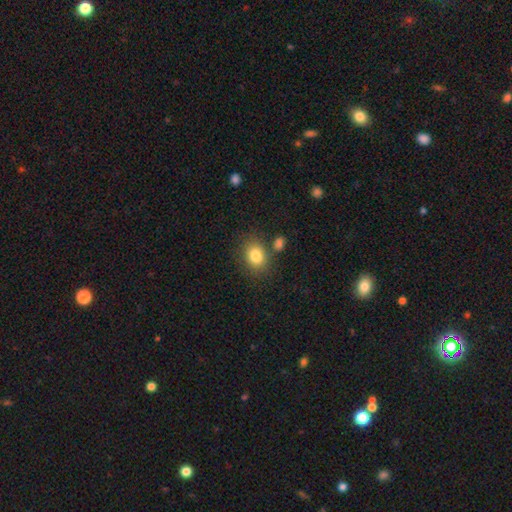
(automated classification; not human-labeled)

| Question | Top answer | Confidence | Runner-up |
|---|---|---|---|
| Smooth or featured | smooth | 83% | star or artifact (9%) |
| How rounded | in between | 54% | round (45%) |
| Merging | none | 72% | minor disturbance (13%) |